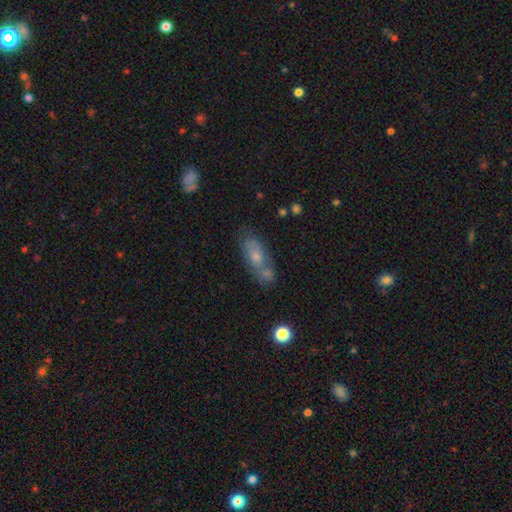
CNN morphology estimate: Q: Smooth or featured?
A: smooth (57%); runner-up: featured or disk (33%)
Q: How rounded?
A: in between (72%); runner-up: cigar-shaped (21%)
Q: Merging?
A: none (46%); runner-up: merger (31%)